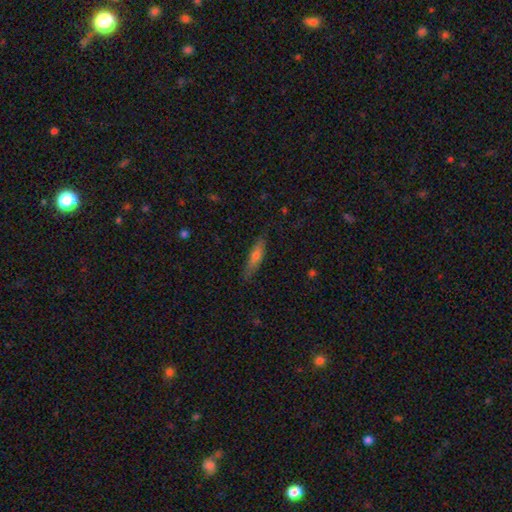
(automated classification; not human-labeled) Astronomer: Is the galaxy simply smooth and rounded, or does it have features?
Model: smooth — 63%.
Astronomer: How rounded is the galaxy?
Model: cigar-shaped — 71%.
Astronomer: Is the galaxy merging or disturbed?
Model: none — 82%.